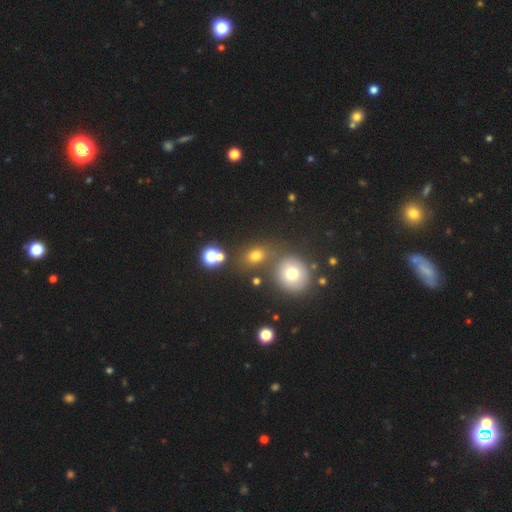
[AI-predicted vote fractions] The model was most divided on "how rounded": round: 50%, in between: 48%, cigar-shaped: 2%. More confident: smooth or featured — smooth (69%); merging — none (66%).